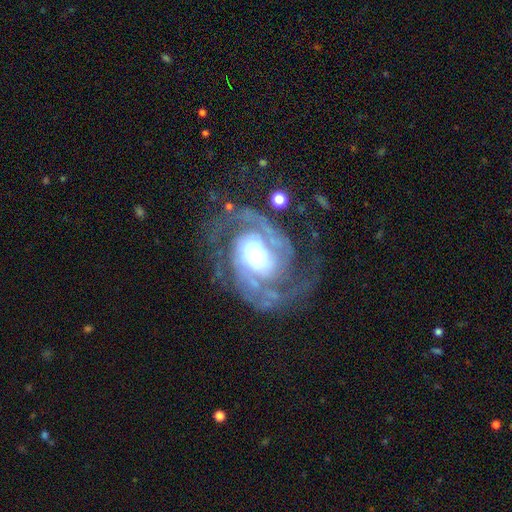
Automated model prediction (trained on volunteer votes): This appears to be a featured or disk galaxy (91%) with no bar (68%), 2 (63%) tight (54%) spiral arms (97%) and a small central bulge (46%). Merging: none (65%).